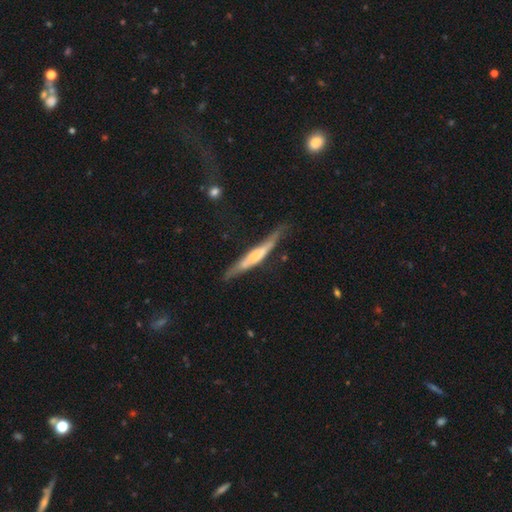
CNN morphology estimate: smooth_or_featured: featured or disk (p=0.63) [alt: smooth p=0.32]
disk_edge_on: yes (p=0.90) [alt: no p=0.10]
edge_on_bulge: rounded (p=0.48) [alt: boxy p=0.26]
merging: none (p=0.69) [alt: minor disturbance p=0.21]